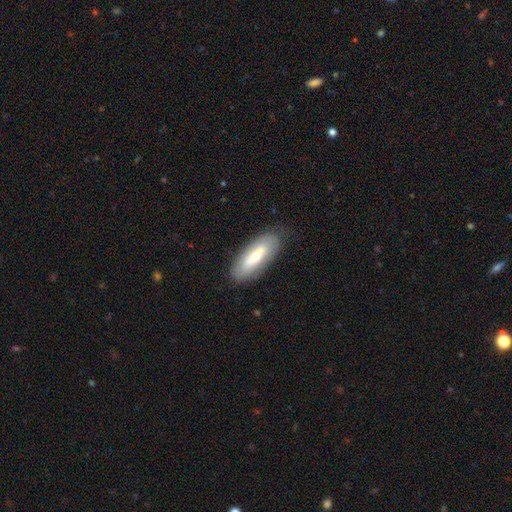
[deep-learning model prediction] Smooth or featured?
  - smooth: 54% *
  - featured or disk: 40%
  - star or artifact: 6%
How rounded?
  - in between: 66% *
  - cigar-shaped: 32%
  - round: 2%
Merging?
  - none: 76% *
  - minor disturbance: 16%
  - major disturbance: 5%
  - merger: 3%